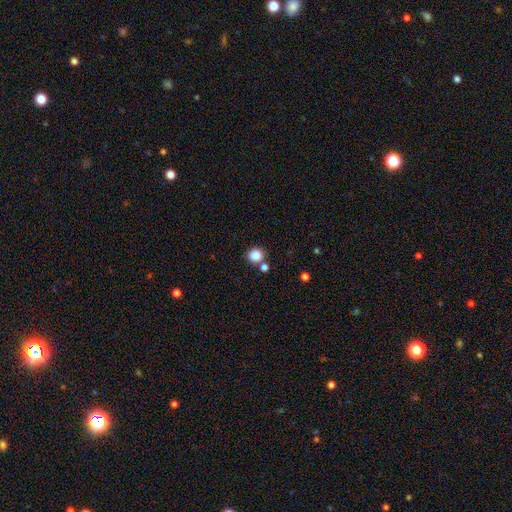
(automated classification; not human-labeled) This appears to be a smooth galaxy with no disk features (85%) that is round (88%). Merging: none (73%).